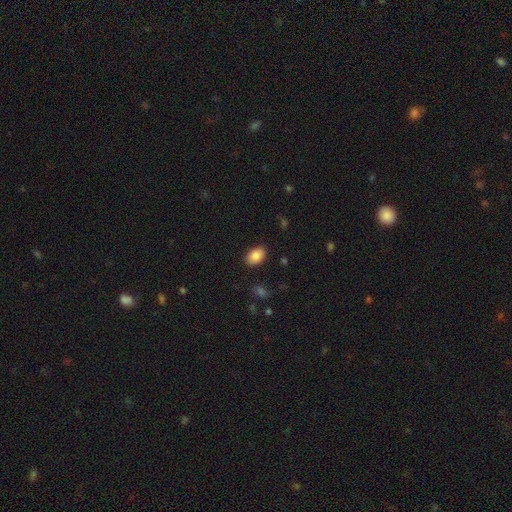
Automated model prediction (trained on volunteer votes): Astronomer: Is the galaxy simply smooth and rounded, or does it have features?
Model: smooth — 88%.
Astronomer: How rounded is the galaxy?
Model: in between — 88%.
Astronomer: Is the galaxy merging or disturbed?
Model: none — 88%.